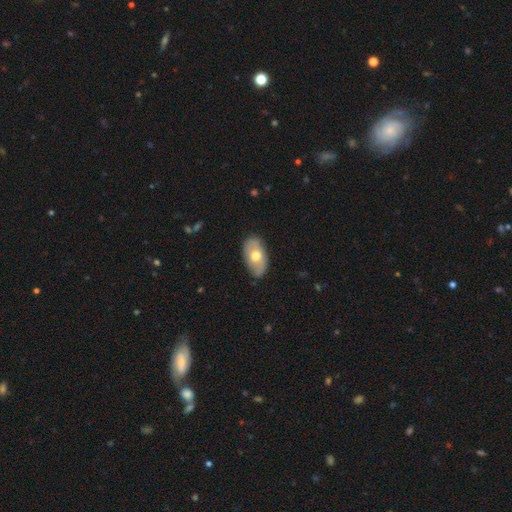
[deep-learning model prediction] Smooth or featured?
  - smooth: 58% *
  - featured or disk: 37%
  - star or artifact: 6%
How rounded?
  - in between: 93% *
  - round: 6%
  - cigar-shaped: 2%
Merging?
  - none: 80% *
  - minor disturbance: 16%
  - major disturbance: 3%
  - merger: 1%